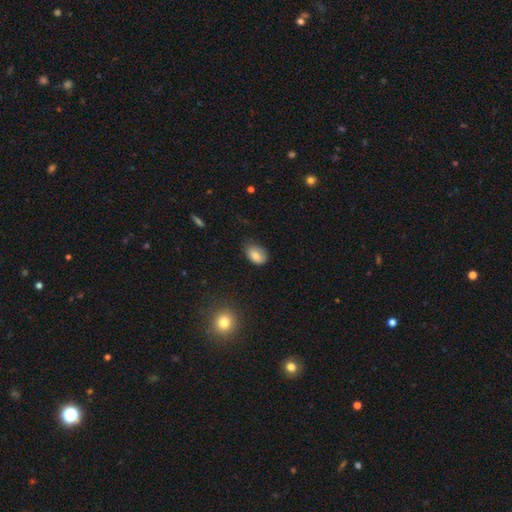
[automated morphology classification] Smooth or featured? smooth (79%)
How rounded? in between (85%)
Merging? none (61%)